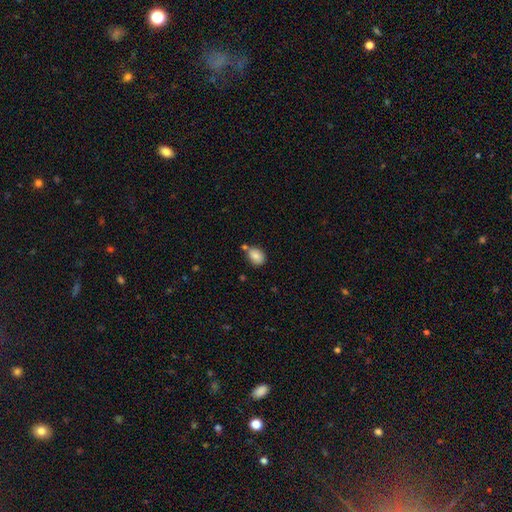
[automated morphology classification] This is clearly a smooth galaxy (84%). How rounded: likely in between (69%). Merging: likely none (63%).